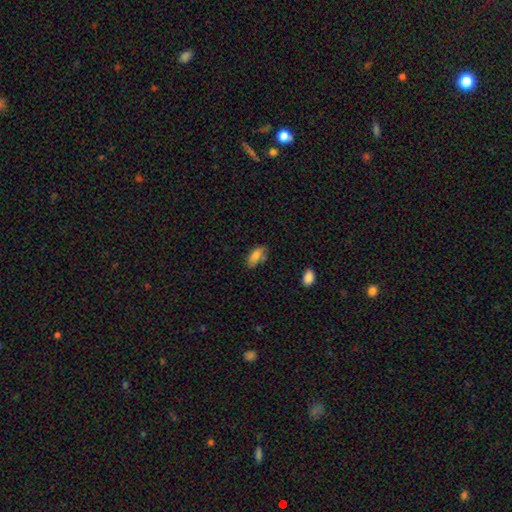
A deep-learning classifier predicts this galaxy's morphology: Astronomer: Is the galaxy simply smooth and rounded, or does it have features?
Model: smooth — 78%.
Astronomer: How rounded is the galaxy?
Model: in between — 87%.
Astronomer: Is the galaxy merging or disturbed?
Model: none — 66%.